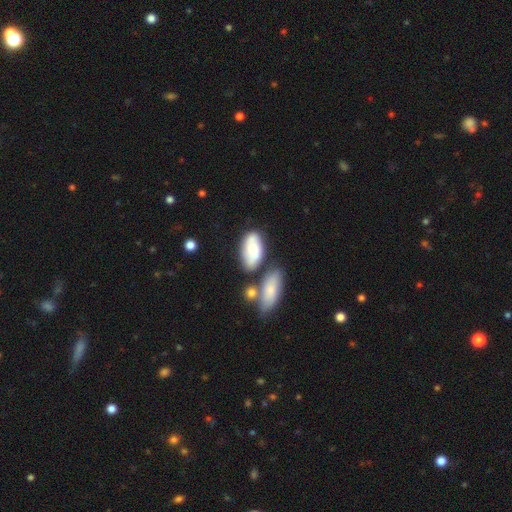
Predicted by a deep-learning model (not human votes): smooth 59%, featured or disk 34%, star or artifact 7%. Down the decision tree: how rounded — in between (92%); merging — none (51%).